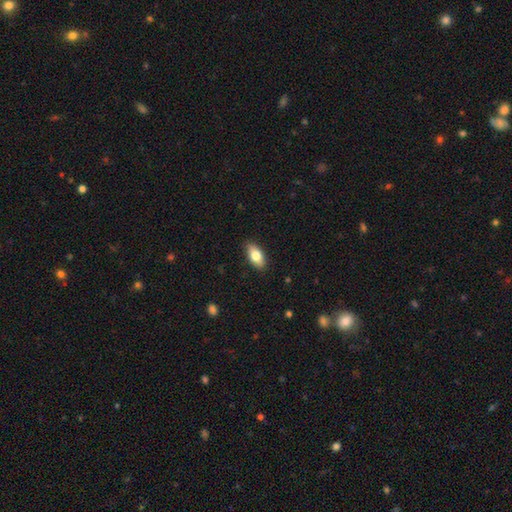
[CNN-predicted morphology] Q: Smooth or featured?
A: smooth (79%); runner-up: featured or disk (14%)
Q: How rounded?
A: in between (89%); runner-up: cigar-shaped (7%)
Q: Merging?
A: none (88%); runner-up: minor disturbance (9%)